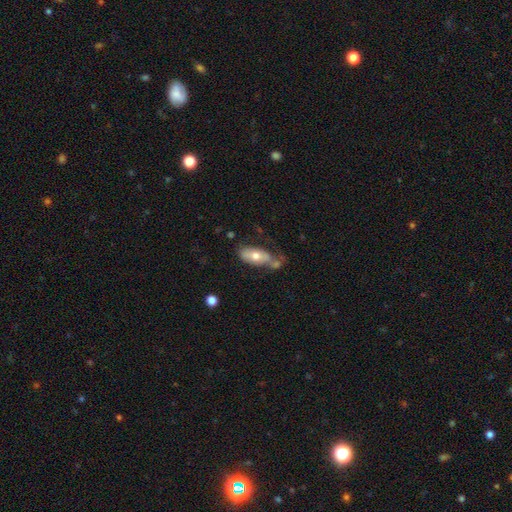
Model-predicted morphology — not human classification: Smooth or featured? smooth (65%)
How rounded? in between (84%)
Merging? none (43%)